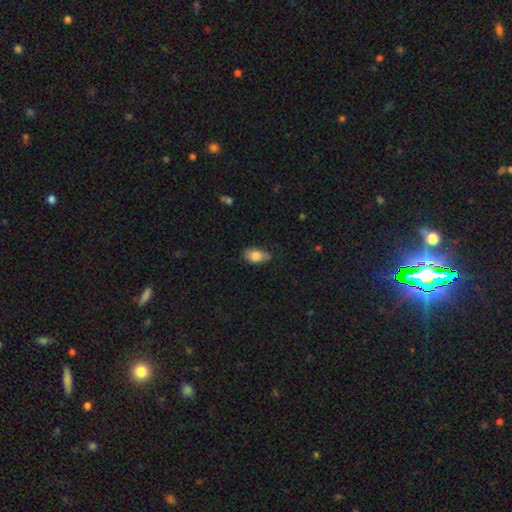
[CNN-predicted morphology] The model was most divided on "merging": none: 73%, minor disturbance: 22%, major disturbance: 4%, merger: 1%. More confident: how rounded — in between (92%); smooth or featured — smooth (81%).